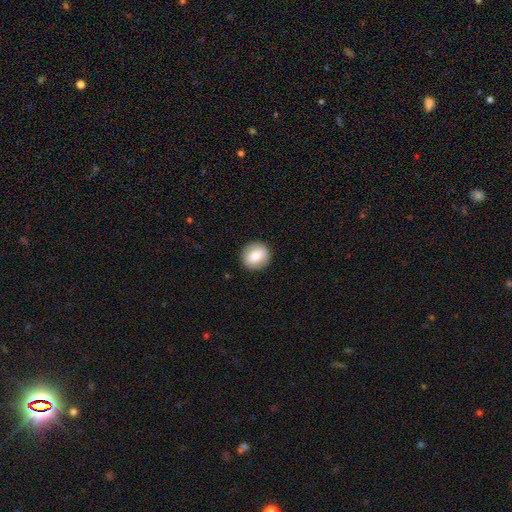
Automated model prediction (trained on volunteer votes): Smooth or featured? Predicted: smooth (p=0.76). How rounded? Predicted: round (p=0.79). Merging? Predicted: none (p=0.89).